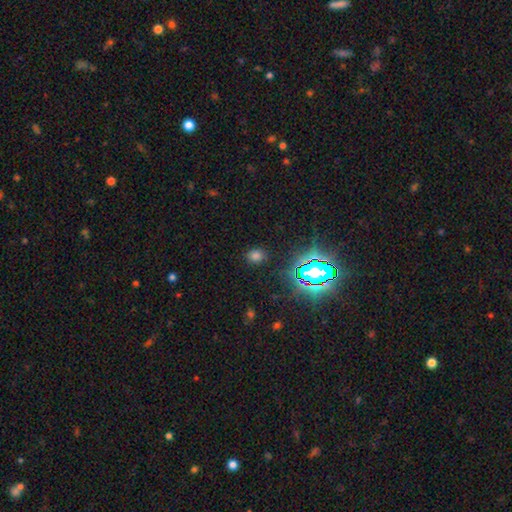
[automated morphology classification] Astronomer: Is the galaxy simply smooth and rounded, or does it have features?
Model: smooth — 66%.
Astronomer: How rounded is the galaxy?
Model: round — 65%.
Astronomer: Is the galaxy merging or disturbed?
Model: none — 85%.